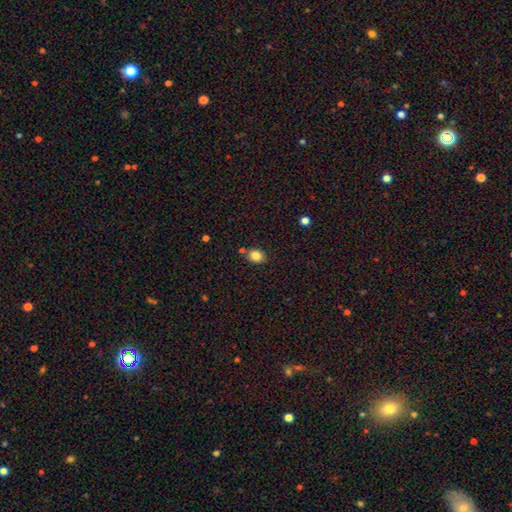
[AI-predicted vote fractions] Smooth or featured?
  - smooth: 84% *
  - star or artifact: 10%
  - featured or disk: 6%
How rounded?
  - in between: 52% *
  - round: 47%
  - cigar-shaped: 1%
Merging?
  - none: 80% *
  - minor disturbance: 11%
  - merger: 7%
  - major disturbance: 2%